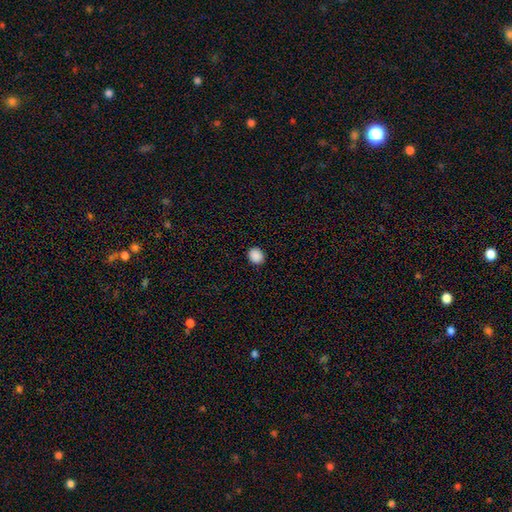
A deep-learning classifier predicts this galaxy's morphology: Smooth or featured? Predicted: smooth (p=0.89). How rounded? Predicted: round (p=0.67). Merging? Predicted: none (p=0.91).